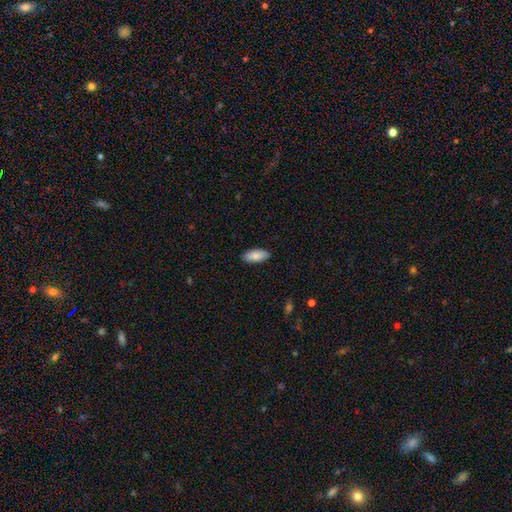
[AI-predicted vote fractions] Smooth or featured: smooth — 86% (featured or disk — 8%)
How rounded: in between — 89% (cigar-shaped — 10%)
Merging: none — 88% (minor disturbance — 9%)